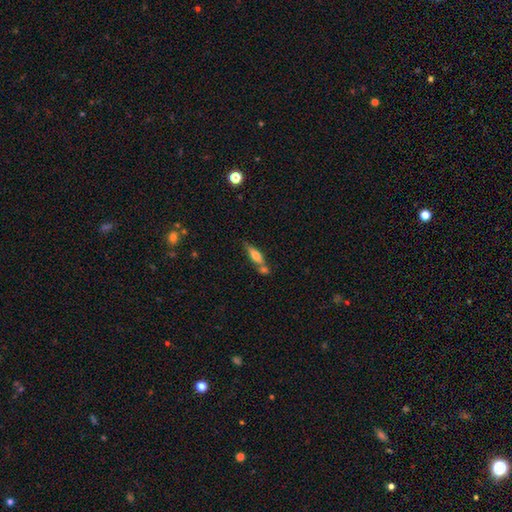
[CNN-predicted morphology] Smooth or featured: smooth — 57% (featured or disk — 35%)
How rounded: cigar-shaped — 57% (in between — 40%)
Merging: none — 50% (merger — 31%)